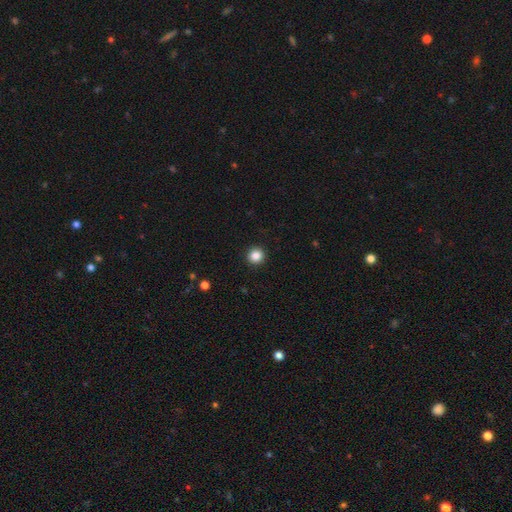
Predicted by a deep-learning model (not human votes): The model was most divided on "smooth or featured": smooth: 86%, star or artifact: 11%, featured or disk: 3%. More confident: how rounded — round (94%); merging — none (93%).